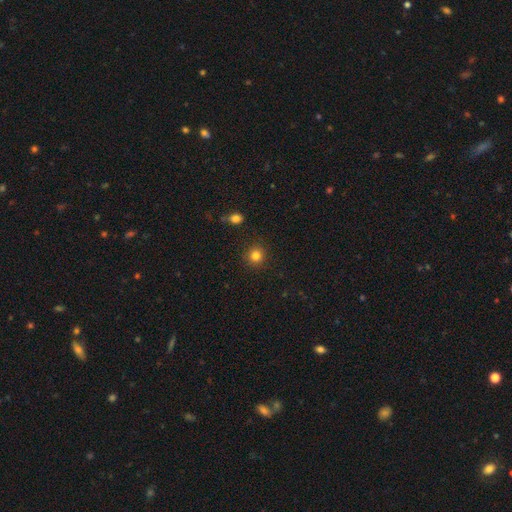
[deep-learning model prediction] Smooth or featured? smooth (82%)
How rounded? round (92%)
Merging? none (90%)